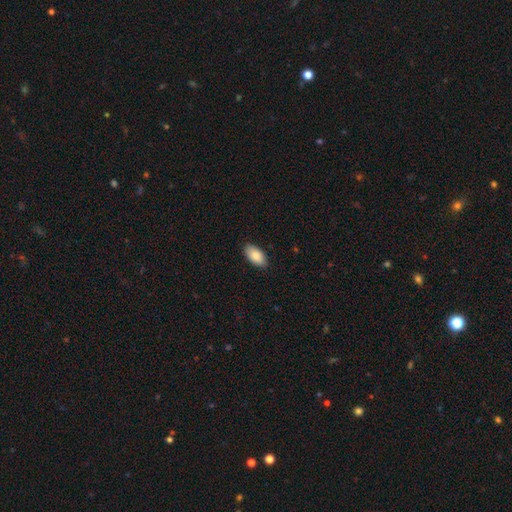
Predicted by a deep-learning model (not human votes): A smooth galaxy with no disk features (87%) that is in between round and cigar-shaped (94%).

Vote fractions:
- Smooth or featured? smooth: 87% / featured or disk: 7% / star or artifact: 6%
- How rounded? in between: 94% / cigar-shaped: 3% / round: 3%
- Merging? none: 87% / minor disturbance: 11% / major disturbance: 2% / merger: 1%